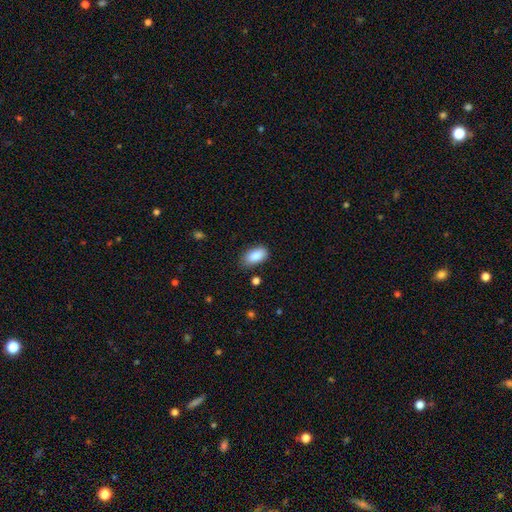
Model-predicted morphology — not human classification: Smooth or featured?
  - smooth: 86% *
  - star or artifact: 7%
  - featured or disk: 7%
How rounded?
  - in between: 93% *
  - round: 4%
  - cigar-shaped: 3%
Merging?
  - none: 79% *
  - minor disturbance: 16%
  - major disturbance: 3%
  - merger: 2%